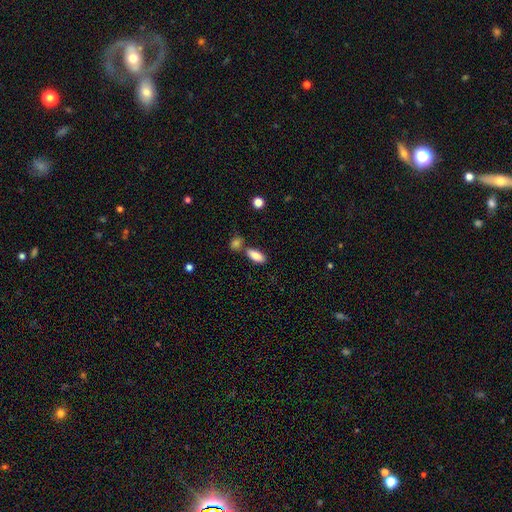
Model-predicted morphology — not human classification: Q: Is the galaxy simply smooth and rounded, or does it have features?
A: smooth — 86%.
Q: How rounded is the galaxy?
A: in between — 81%.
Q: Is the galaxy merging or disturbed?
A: none — 66%.